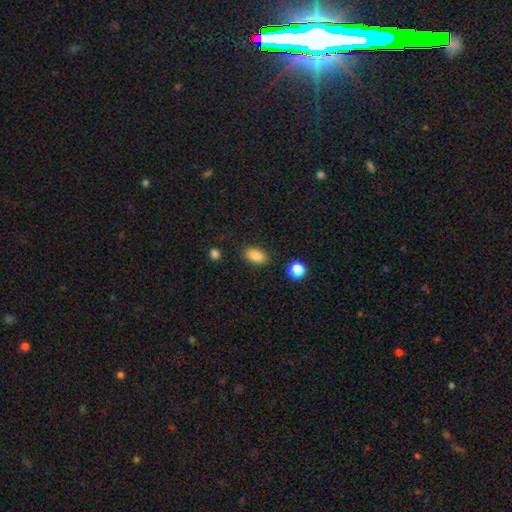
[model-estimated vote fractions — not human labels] Smooth or featured? Predicted: smooth (p=0.86). How rounded? Predicted: in between (p=0.88). Merging? Predicted: none (p=0.84).